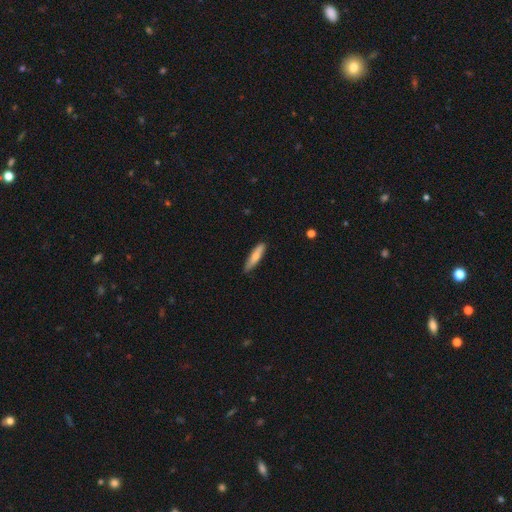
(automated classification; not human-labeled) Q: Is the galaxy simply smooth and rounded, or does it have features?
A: smooth — 72%.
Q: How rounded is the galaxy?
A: cigar-shaped — 81%.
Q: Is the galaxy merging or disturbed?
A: none — 83%.